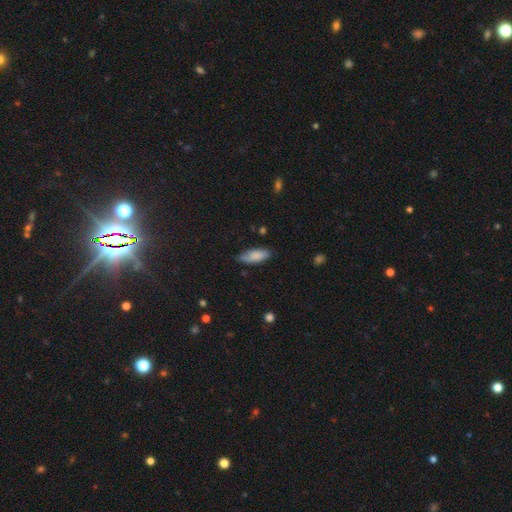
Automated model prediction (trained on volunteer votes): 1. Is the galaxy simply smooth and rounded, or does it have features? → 82% smooth, 12% featured or disk, 6% star or artifact.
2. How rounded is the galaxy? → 74% in between, 24% cigar-shaped, 2% round.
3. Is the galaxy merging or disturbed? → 77% none, 19% minor disturbance, 3% major disturbance, 1% merger.